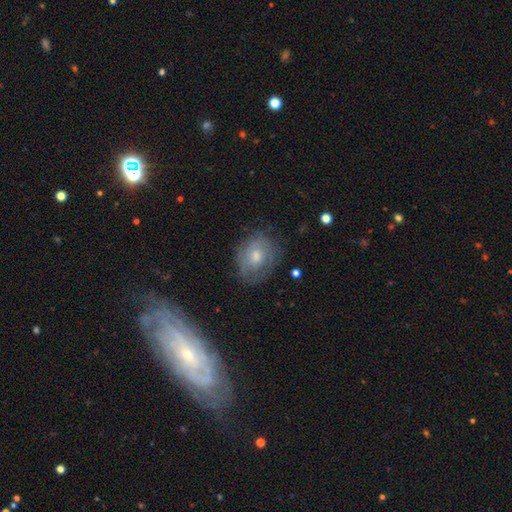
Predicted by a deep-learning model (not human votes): Overall: featured or disk (50%; smooth 37%). Merging: none (73%).